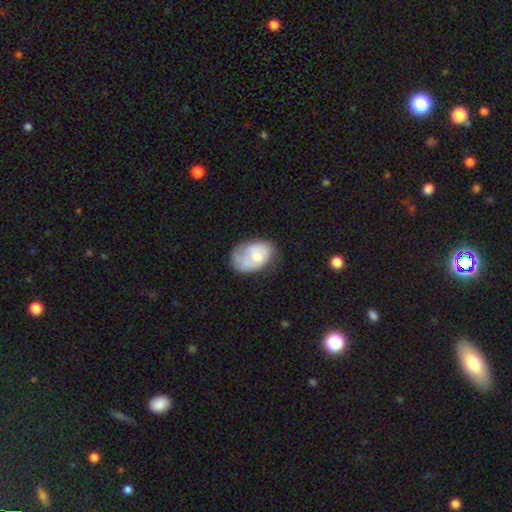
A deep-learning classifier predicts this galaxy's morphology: Smooth or featured: smooth — 59% (featured or disk — 34%)
How rounded: in between — 85% (round — 14%)
Merging: none — 45% (minor disturbance — 33%)